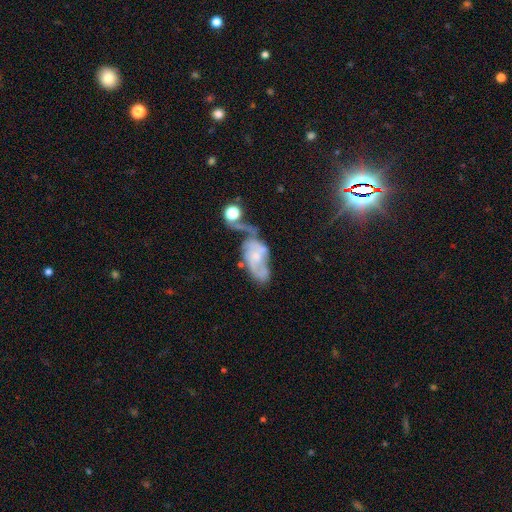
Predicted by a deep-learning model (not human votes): Smooth or featured?
  - featured or disk: 66% *
  - smooth: 25%
  - star or artifact: 9%
Edge-on disk?
  - no: 94% *
  - yes: 6%
Bar?
  - no: 72% *
  - weak: 23%
  - strong: 5%
Spiral arms?
  - yes: 72% *
  - no: 28%
Bulge size?
  - small: 50% *
  - moderate: 26%
  - none: 17%
  - large: 4%
  - dominant: 2%
Merging?
  - major disturbance: 33% *
  - none: 23%
  - minor disturbance: 22%
  - merger: 22%